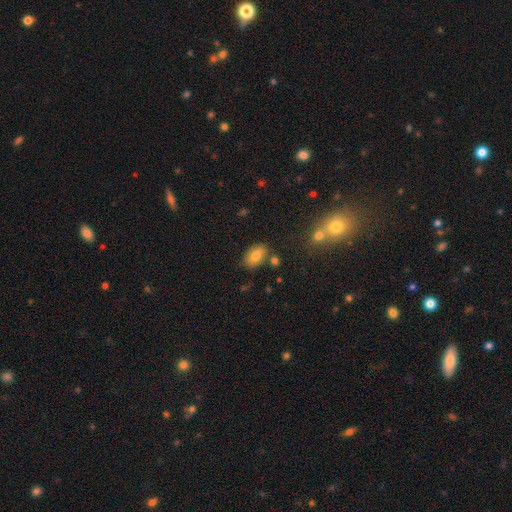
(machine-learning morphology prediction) This is likely a smooth galaxy (79%). How rounded: clearly in between (89%). Merging: likely none (76%).